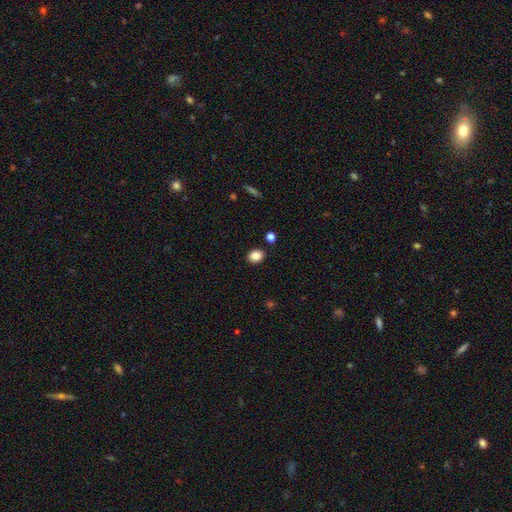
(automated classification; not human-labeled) Smooth or featured: smooth — 85% (star or artifact — 10%)
How rounded: round — 50% (in between — 49%)
Merging: none — 88% (minor disturbance — 7%)